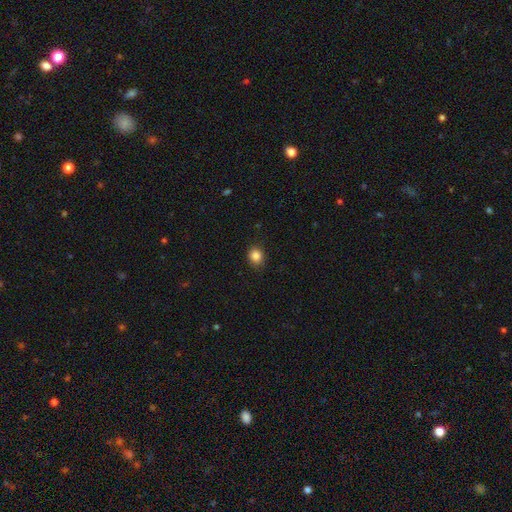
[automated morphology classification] smooth_or_featured: smooth (p=0.86) [alt: star or artifact p=0.11]
how_rounded: round (p=0.74) [alt: in between p=0.25]
merging: none (p=0.86) [alt: minor disturbance p=0.11]